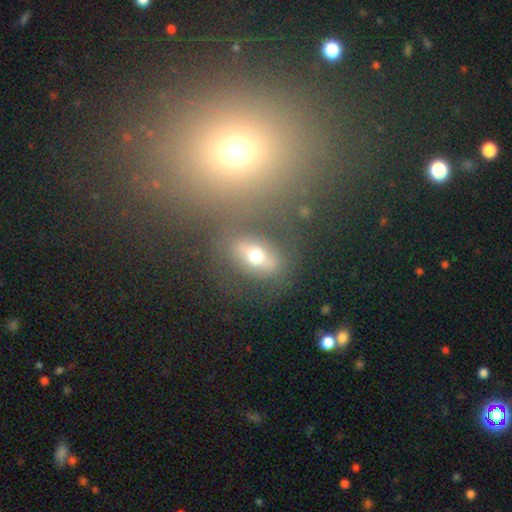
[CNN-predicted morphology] Smooth or featured? smooth (54%)
How rounded? in between (65%)
Merging? none (69%)